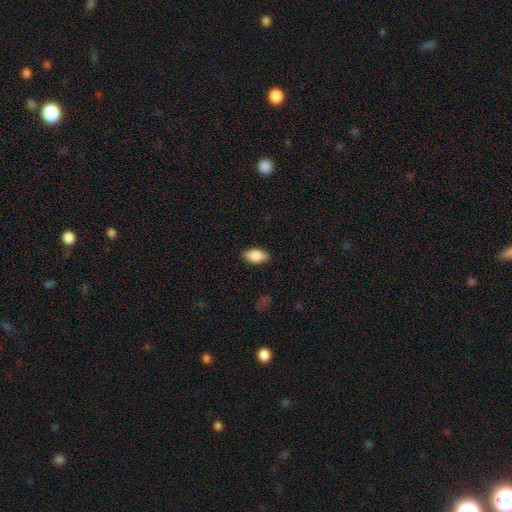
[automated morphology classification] The model was most divided on "smooth or featured": smooth: 85%, featured or disk: 8%, star or artifact: 7%. More confident: how rounded — in between (93%); merging — none (87%).